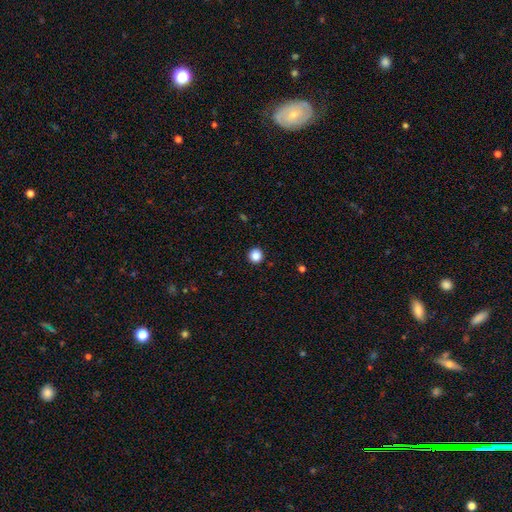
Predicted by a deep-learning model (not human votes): smooth 87%, star or artifact 10%, featured or disk 3%. Down the decision tree: how rounded — round (94%); merging — none (93%).